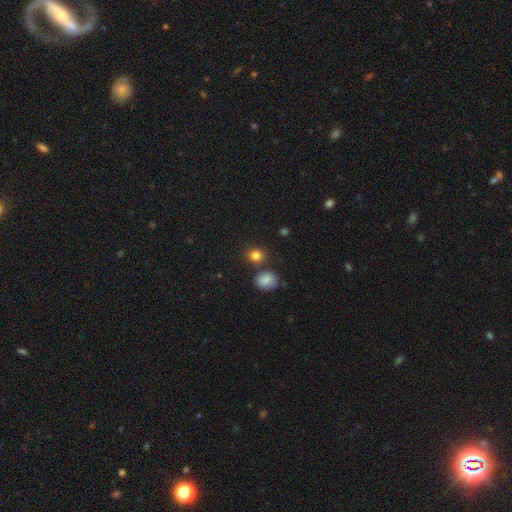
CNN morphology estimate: type=smooth (83%); roundness=round (76%); merging=none (74%).